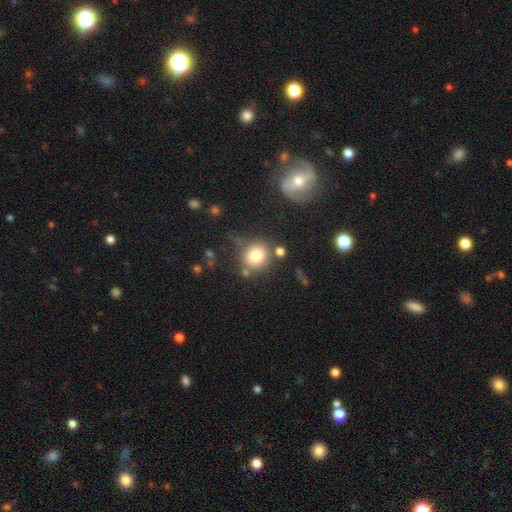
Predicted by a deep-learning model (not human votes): A smooth galaxy with no disk features (79%) that is round (85%).

Vote fractions:
- Smooth or featured? smooth: 79% / star or artifact: 11% / featured or disk: 10%
- How rounded? round: 85% / in between: 14% / cigar-shaped: 1%
- Merging? none: 71% / minor disturbance: 13% / merger: 11% / major disturbance: 6%